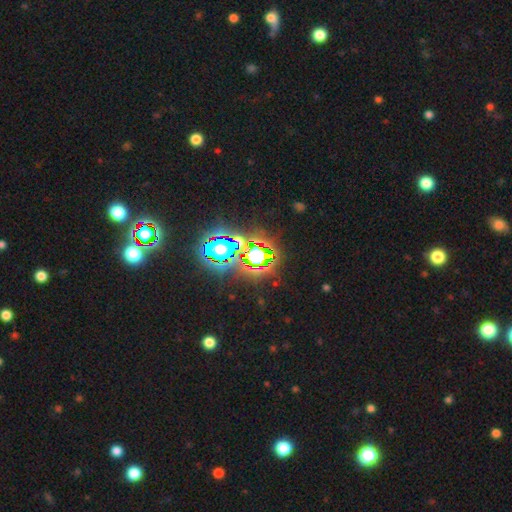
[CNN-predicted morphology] A star or artifact, not a galaxy (75%).

Vote fractions:
- Smooth or featured? star or artifact: 75% / smooth: 14% / featured or disk: 11%